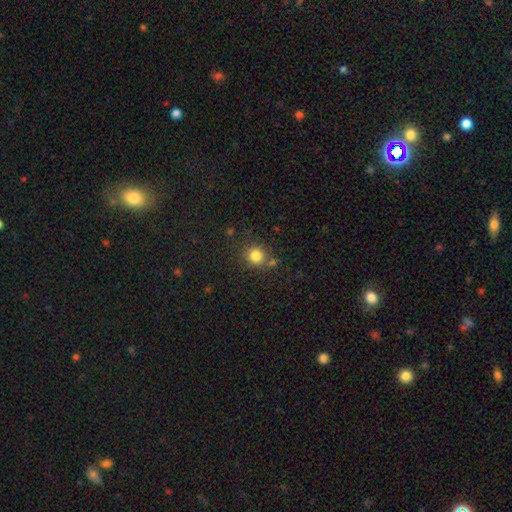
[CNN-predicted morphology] A smooth galaxy with no disk features (81%) that is round (89%).

Vote fractions:
- Smooth or featured? smooth: 81% / star or artifact: 13% / featured or disk: 6%
- How rounded? round: 89% / in between: 10% / cigar-shaped: 1%
- Merging? none: 76% / minor disturbance: 11% / merger: 10% / major disturbance: 4%